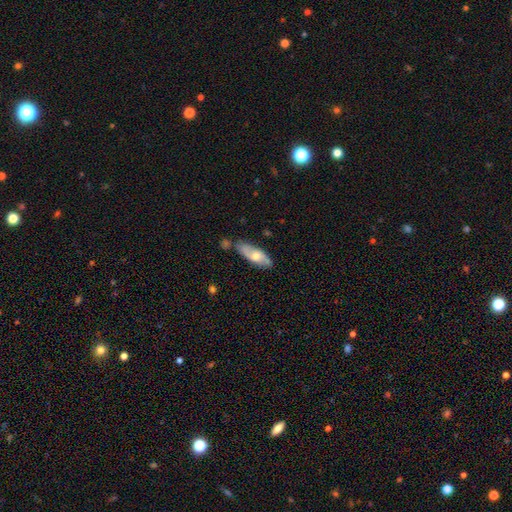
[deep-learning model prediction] Smooth or featured?
  - smooth: 51% *
  - featured or disk: 43%
  - star or artifact: 6%
How rounded?
  - in between: 62% *
  - cigar-shaped: 35%
  - round: 3%
Merging?
  - none: 68% *
  - minor disturbance: 19%
  - merger: 8%
  - major disturbance: 5%